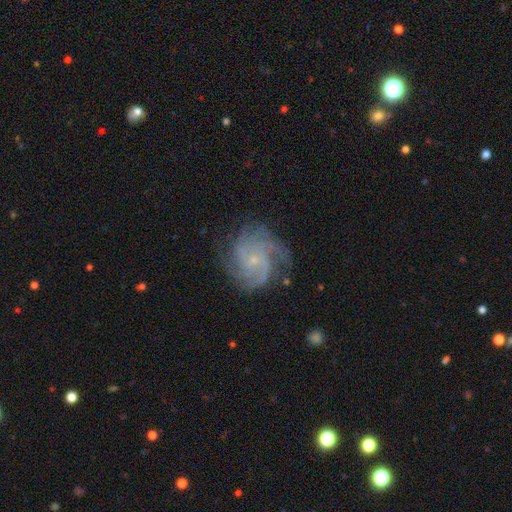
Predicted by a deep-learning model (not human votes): The model was most divided on "spiral winding": tight: 48%, medium: 41%, loose: 11%. Remaining: edge-on disk — no (98%); spiral arms — yes (97%); smooth or featured — featured or disk (82%); bulge size — small (79%); merging — none (75%); bar — no (67%); spiral arm count — 3 (29%).